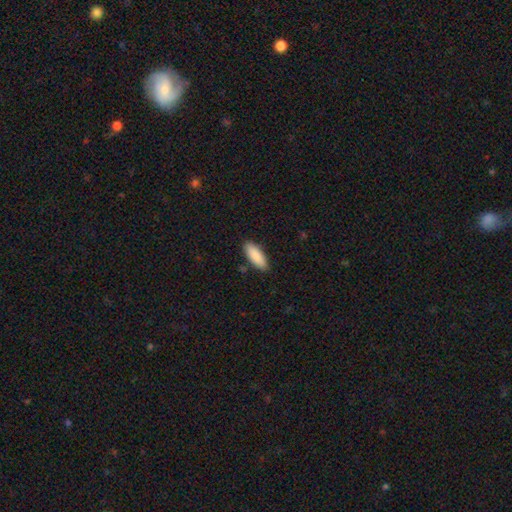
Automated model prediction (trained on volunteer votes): The model was most divided on "how rounded": in between: 72%, cigar-shaped: 27%, round: 2%. More confident: smooth or featured — smooth (89%); merging — none (87%).